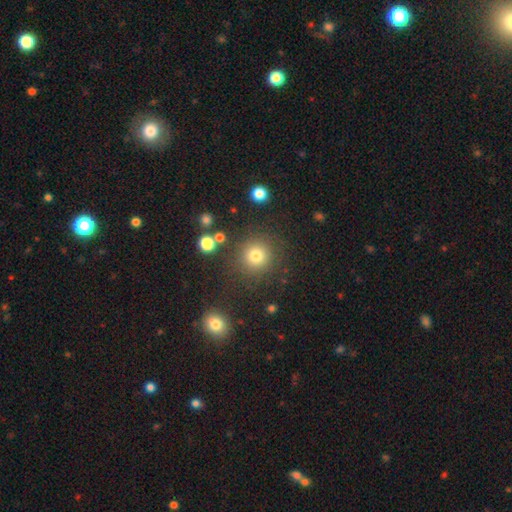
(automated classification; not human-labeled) Smooth or featured? Predicted: smooth (p=0.78). How rounded? Predicted: round (p=0.93). Merging? Predicted: none (p=0.84).